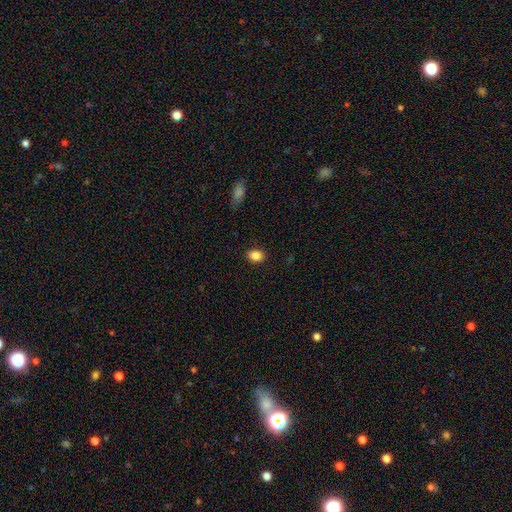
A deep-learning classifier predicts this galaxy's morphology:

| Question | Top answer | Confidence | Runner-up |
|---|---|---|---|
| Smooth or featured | smooth | 86% | star or artifact (9%) |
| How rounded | in between | 66% | round (33%) |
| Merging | none | 88% | minor disturbance (9%) |